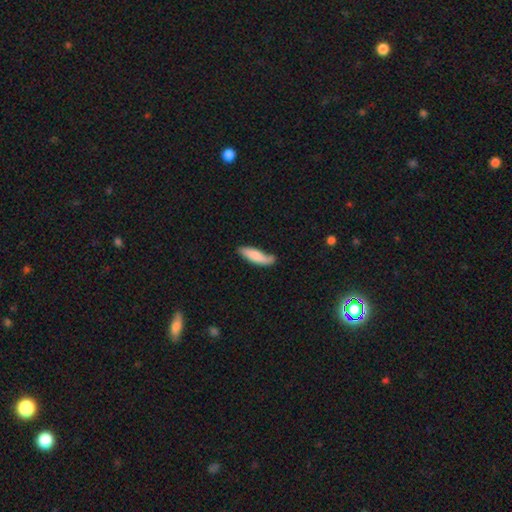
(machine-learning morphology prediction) smooth 78%, featured or disk 17%, star or artifact 5%. Down the decision tree: how rounded — cigar-shaped (55%); merging — none (59%).